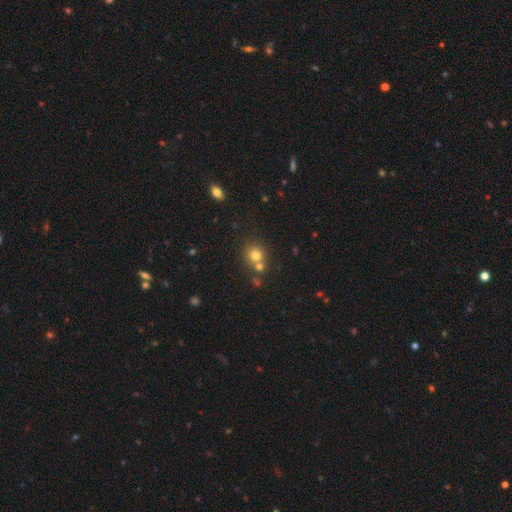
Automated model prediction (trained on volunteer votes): Smooth or featured: smooth — 75% (star or artifact — 16%)
How rounded: round — 88% (in between — 12%)
Merging: none — 59% (merger — 30%)